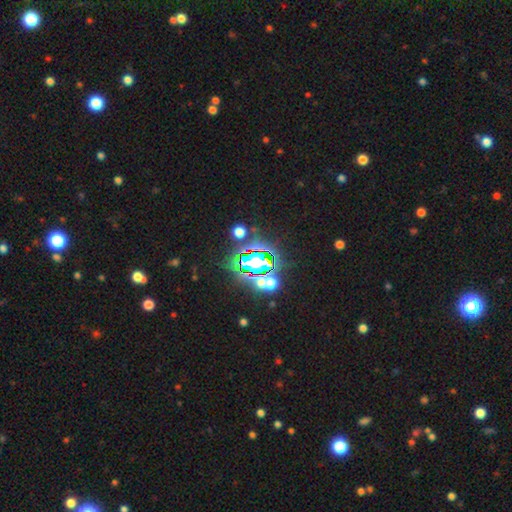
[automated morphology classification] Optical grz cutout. It shows a star or artifact, not a galaxy (74%).